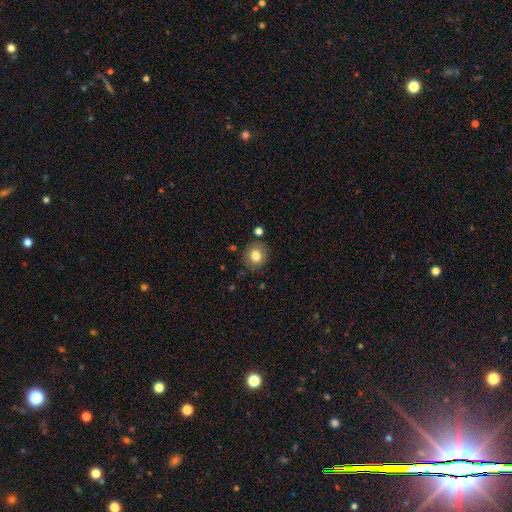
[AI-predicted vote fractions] Q: Smooth or featured?
A: smooth (80%); runner-up: star or artifact (10%)
Q: How rounded?
A: round (80%); runner-up: in between (19%)
Q: Merging?
A: none (84%); runner-up: minor disturbance (10%)